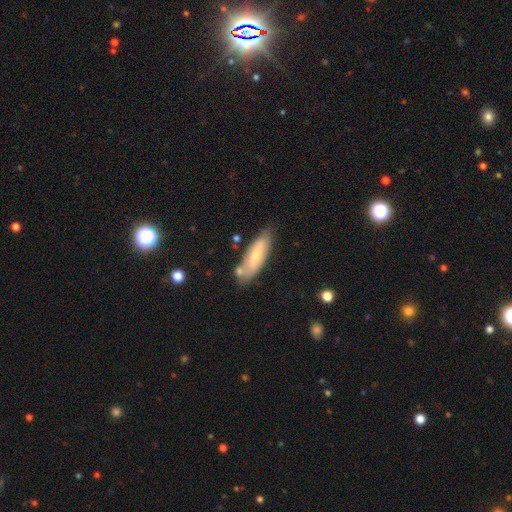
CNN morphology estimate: This is possibly a smooth galaxy (60%). How rounded: possibly in between (52%). Merging: likely none (65%).